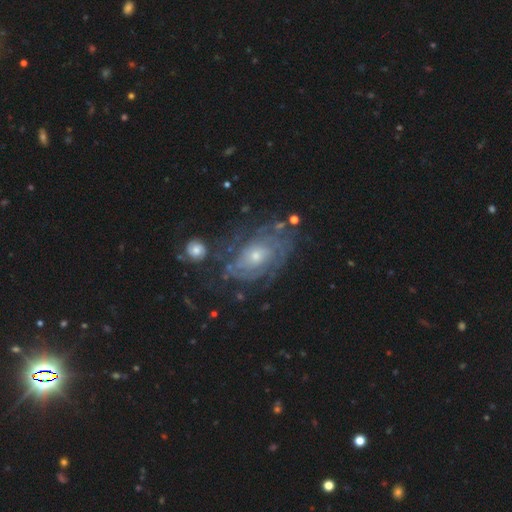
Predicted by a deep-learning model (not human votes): featured or disk 79%, smooth 12%, star or artifact 9%. Down the decision tree: edge-on disk — no (95%); bar — no (76%); spiral arms — yes (87%); spiral arm count — can't tell (53%); spiral winding — tight (71%); bulge size — small (57%); merging — none (67%).